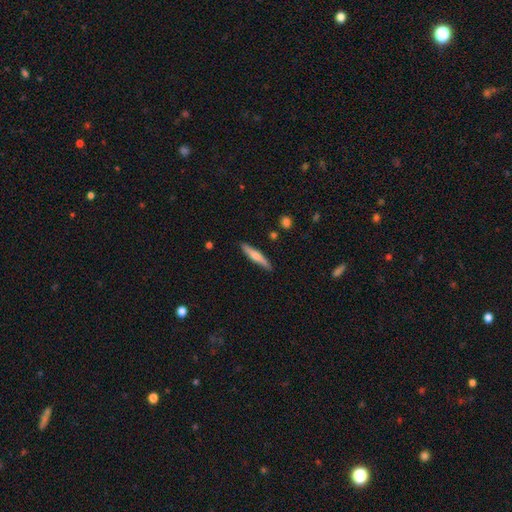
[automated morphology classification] smooth_or_featured: smooth (p=0.53) [alt: featured or disk p=0.42]
how_rounded: cigar-shaped (p=0.91) [alt: in between p=0.08]
merging: none (p=0.88) [alt: minor disturbance p=0.09]